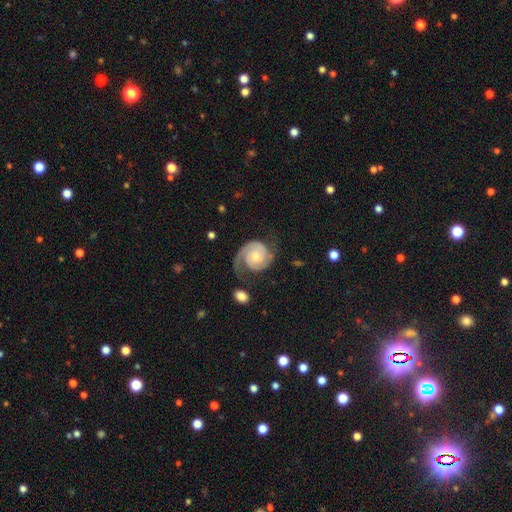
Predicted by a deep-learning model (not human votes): The model was most divided on "bulge size": small: 45%, moderate: 44%, none: 5%, large: 4%, dominant: 1%. More confident: edge-on disk — no (98%); spiral arms — yes (97%); smooth or featured — featured or disk (86%); spiral arm count — 2 (71%); bar — no (69%); merging — none (59%); spiral winding — tight (54%).